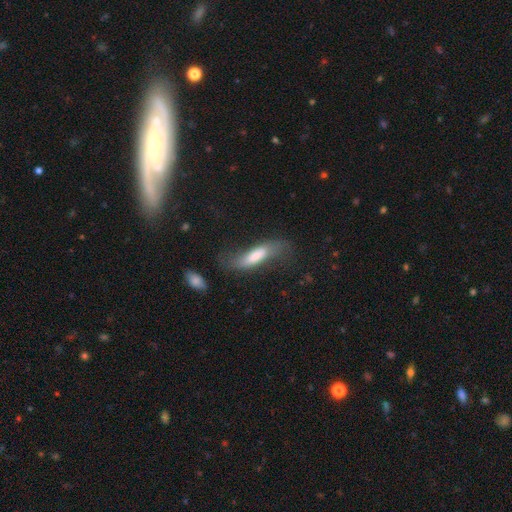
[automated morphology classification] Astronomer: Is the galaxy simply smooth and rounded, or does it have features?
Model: smooth — 55% (runner-up: featured or disk, 37%).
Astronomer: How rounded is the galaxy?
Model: cigar-shaped — 61% (runner-up: in between, 37%).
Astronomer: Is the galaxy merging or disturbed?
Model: none — 48% (runner-up: minor disturbance, 25%).